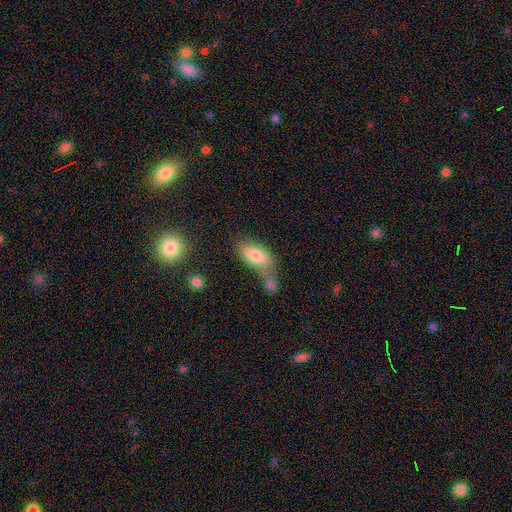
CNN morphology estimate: This appears to be a smooth galaxy with no disk features (77%) that is in between round and cigar-shaped (89%). Merging: merger (38%, tied with none).